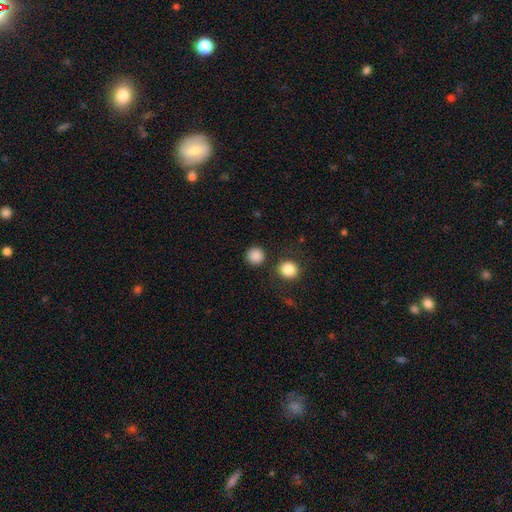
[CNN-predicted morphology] smooth_or_featured: smooth (p=0.87) [alt: star or artifact p=0.10]
how_rounded: round (p=0.94) [alt: in between p=0.05]
merging: none (p=0.87) [alt: minor disturbance p=0.06]